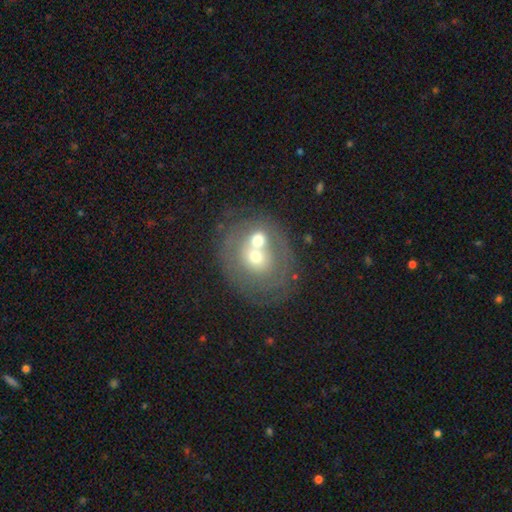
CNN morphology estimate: A featured or disk galaxy (47%).

Vote fractions:
- Smooth or featured? featured or disk: 47% / smooth: 44% / star or artifact: 9%
- Merging? merger: 44% / none: 37% / minor disturbance: 11% / major disturbance: 7%